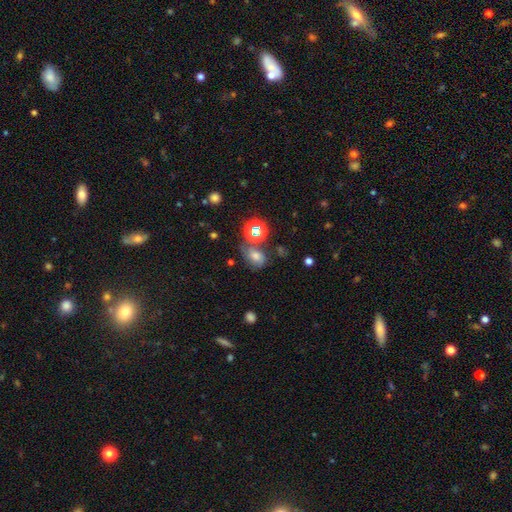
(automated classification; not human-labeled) A smooth galaxy with no disk features (40%). Merging: none (56%).